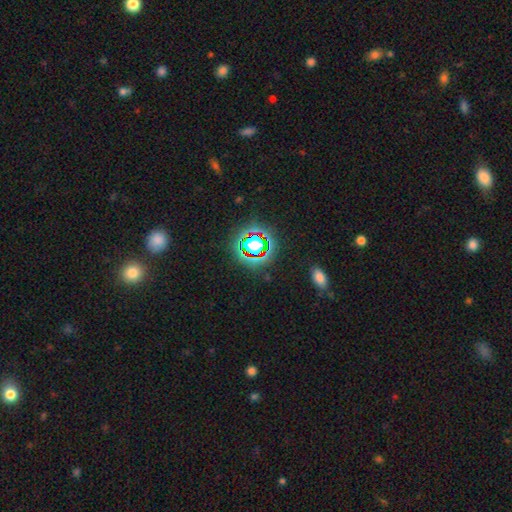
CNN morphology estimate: smooth-or-featured: star or artifact: 75% | smooth: 16% | featured or disk: 9%